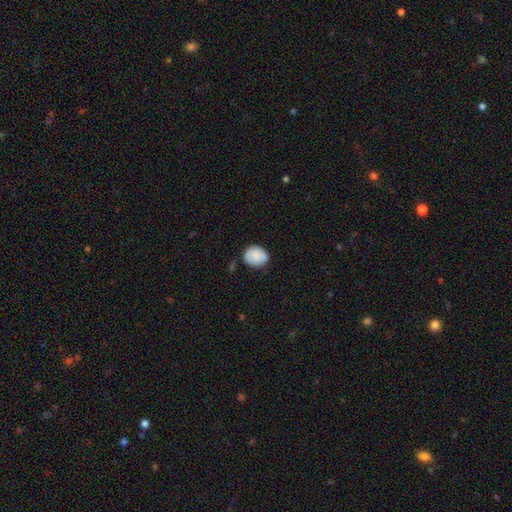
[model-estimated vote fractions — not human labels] This appears to be a smooth galaxy with no disk features (78%) that is round (59%). Merging: none (71%).